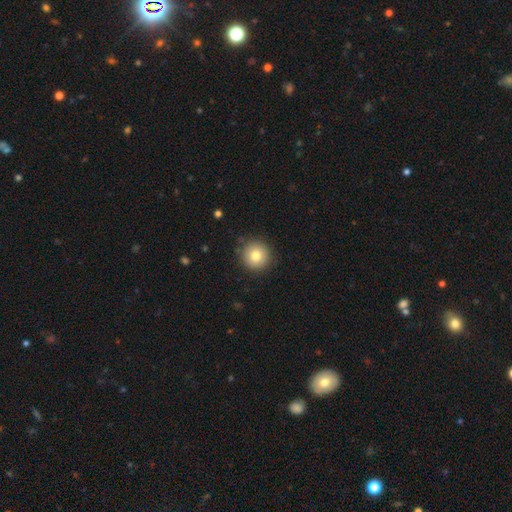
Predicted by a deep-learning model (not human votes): Q: Smooth or featured?
A: smooth (79%); runner-up: featured or disk (11%)
Q: How rounded?
A: round (95%); runner-up: in between (4%)
Q: Merging?
A: none (89%); runner-up: minor disturbance (8%)